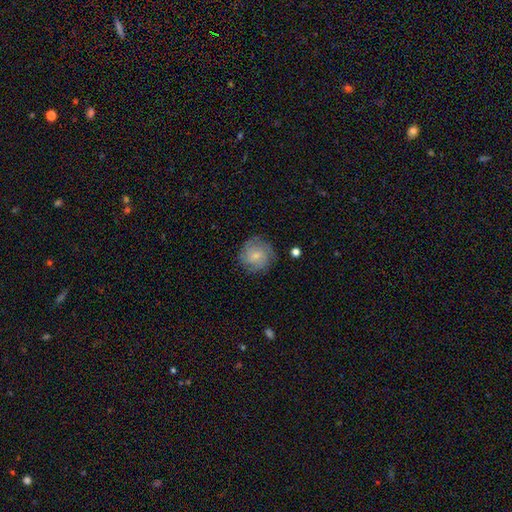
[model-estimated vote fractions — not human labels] Smooth or featured? Predicted: smooth (p=0.50). How rounded? Predicted: round (p=0.90). Merging? Predicted: none (p=0.79).